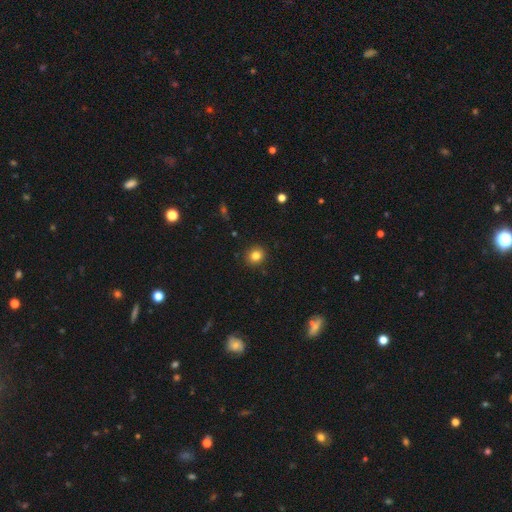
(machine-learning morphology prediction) Overall: smooth (82%). How rounded: round (83%). Merging: none (90%).